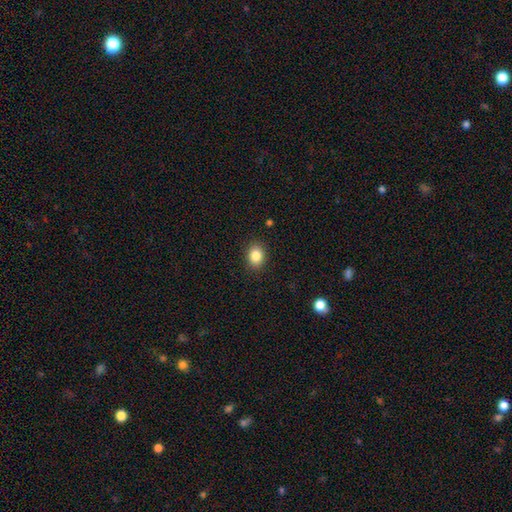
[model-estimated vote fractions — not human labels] Overall: smooth (84%). How rounded: in between (57%; round 42%). Merging: none (89%).